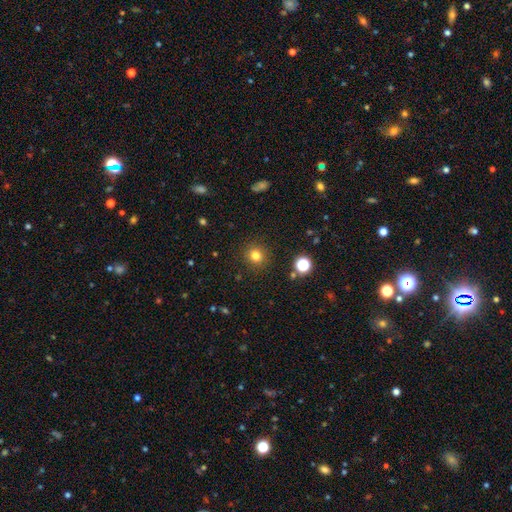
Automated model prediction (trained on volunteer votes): Smooth or featured?
  - smooth: 79% *
  - star or artifact: 15%
  - featured or disk: 6%
How rounded?
  - round: 91% *
  - in between: 8%
  - cigar-shaped: 1%
Merging?
  - none: 90% *
  - minor disturbance: 6%
  - major disturbance: 3%
  - merger: 1%